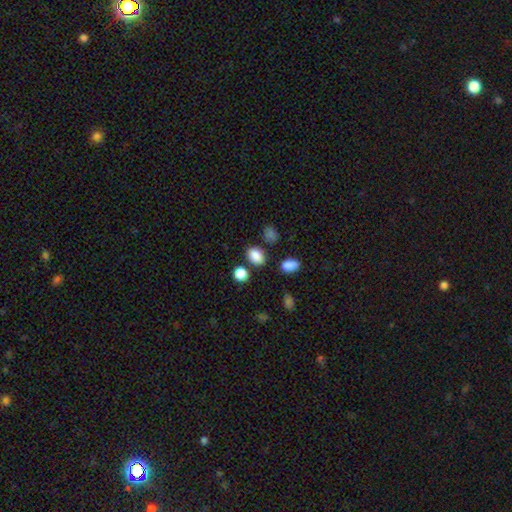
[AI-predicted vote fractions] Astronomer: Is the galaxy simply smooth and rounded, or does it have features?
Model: smooth — 85%.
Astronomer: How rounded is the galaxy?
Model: in between — 67%.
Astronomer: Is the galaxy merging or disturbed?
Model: none — 78%.